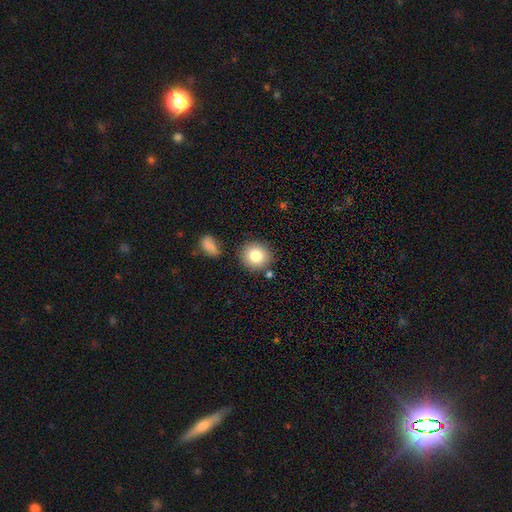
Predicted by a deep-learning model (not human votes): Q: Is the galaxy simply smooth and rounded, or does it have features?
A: smooth — 81%.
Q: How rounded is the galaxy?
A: round — 89%.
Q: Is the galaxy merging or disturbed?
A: none — 82%.